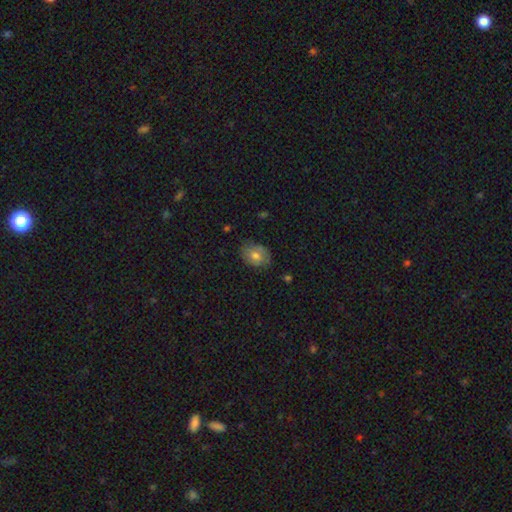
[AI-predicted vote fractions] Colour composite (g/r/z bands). It shows a smooth galaxy with no disk features (69%) that is in between round and cigar-shaped (62%). Merging: none (71%).